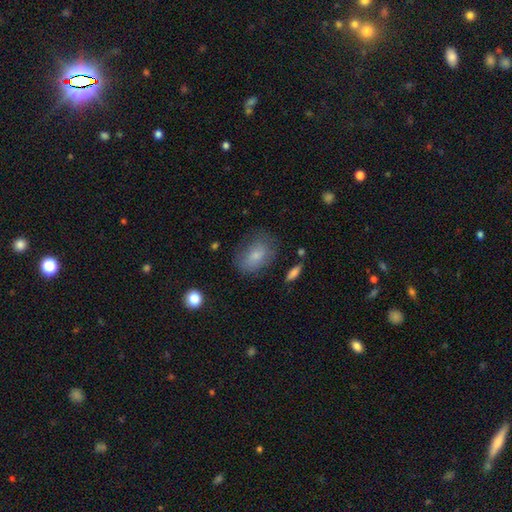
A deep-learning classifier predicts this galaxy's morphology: A smooth galaxy with no disk features (73%) that is in between round and cigar-shaped (80%).

Vote fractions:
- Smooth or featured? smooth: 73% / featured or disk: 18% / star or artifact: 9%
- How rounded? in between: 80% / round: 18% / cigar-shaped: 2%
- Merging? none: 61% / minor disturbance: 25% / major disturbance: 12% / merger: 2%